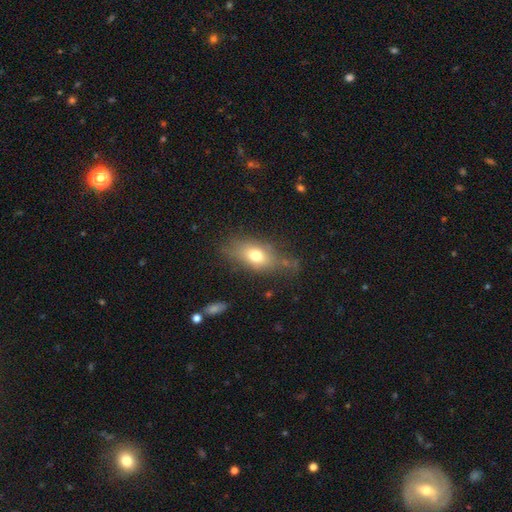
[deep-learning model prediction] Smooth or featured? Predicted: smooth (p=0.70). How rounded? Predicted: in between (p=0.79). Merging? Predicted: none (p=0.65).